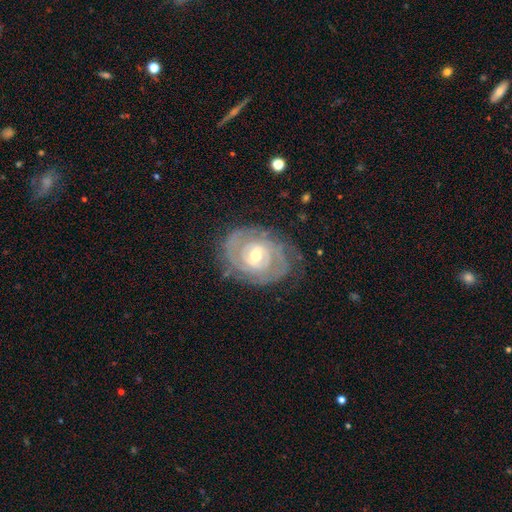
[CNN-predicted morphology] A featured or disk galaxy (87%) with a weak bar (45%), 2 (36%) tight (77%) spiral arms (94%) and a moderate central bulge (59%). Merging: none (76%).